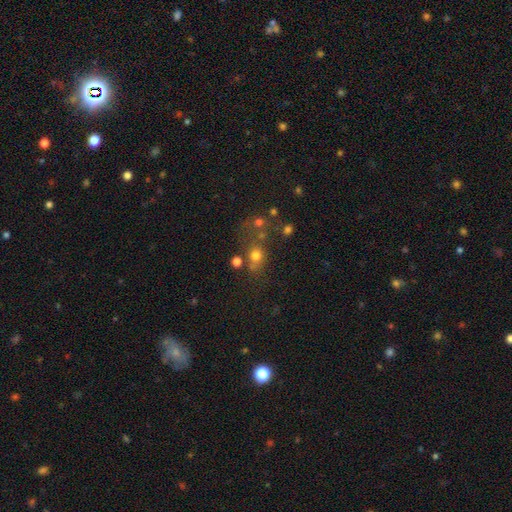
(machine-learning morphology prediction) Overall: smooth (68%). How rounded: round (64%; in between 33%). Merging: none (51%; merger 23%).